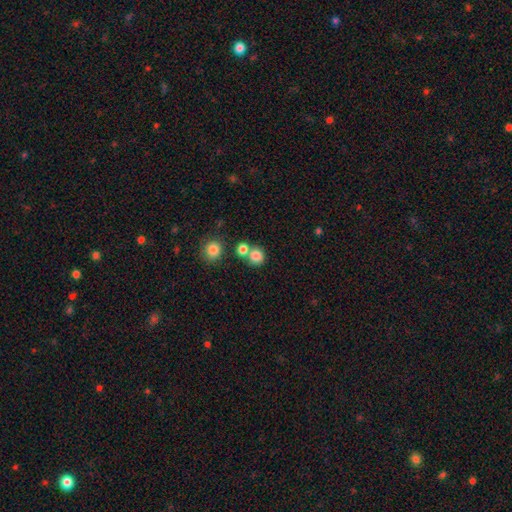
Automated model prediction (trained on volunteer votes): The model was most divided on "merging": none: 56%, merger: 32%, minor disturbance: 8%, major disturbance: 4%. More confident: how rounded — round (84%); smooth or featured — smooth (81%).